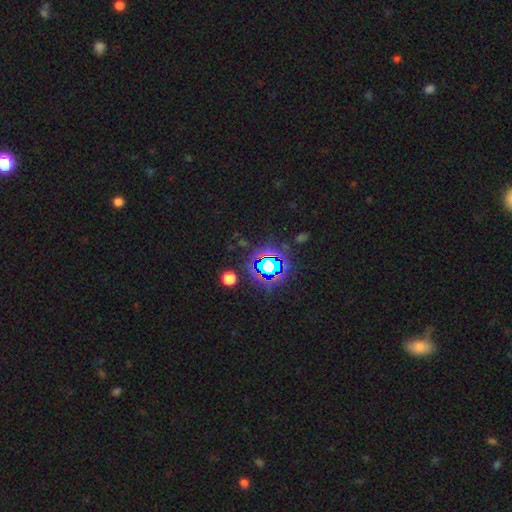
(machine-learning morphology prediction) Q: Smooth or featured?
A: star or artifact (80%); runner-up: smooth (13%)